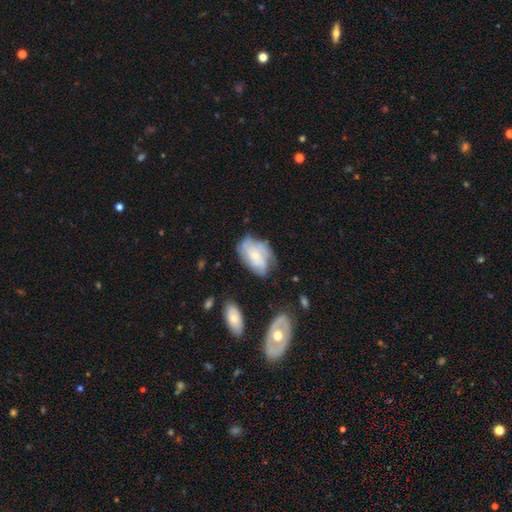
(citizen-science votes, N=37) Volunteers were most divided on "spiral arms": yes: 52%, no: 48%. More confident: edge-on disk — no (91%); bar — no (81%); bulge size — small (67%); spiral arm count — can't tell (64%); smooth or featured — featured or disk (62%); spiral winding — medium (55%); merging — none (51%).